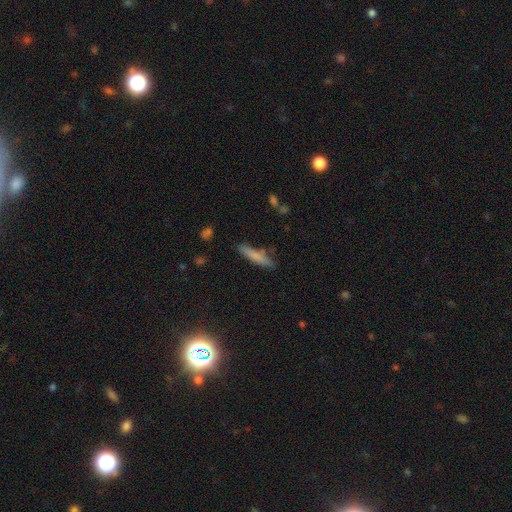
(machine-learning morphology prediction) A smooth galaxy with no disk features (75%) that is cigar-shaped (87%).

Vote fractions:
- Smooth or featured? smooth: 75% / featured or disk: 18% / star or artifact: 7%
- How rounded? cigar-shaped: 87% / in between: 12% / round: 2%
- Merging? none: 81% / minor disturbance: 13% / merger: 4% / major disturbance: 3%